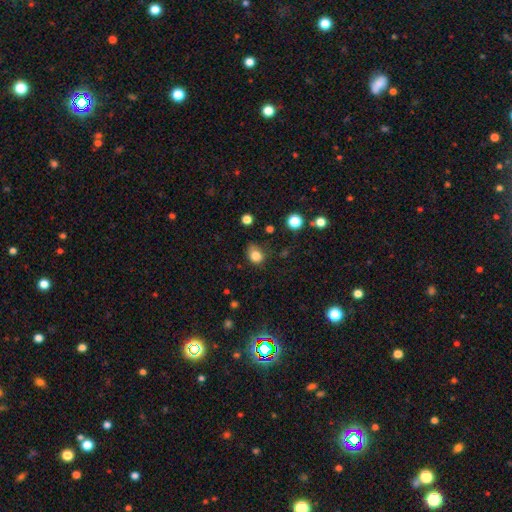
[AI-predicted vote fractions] smooth 81%, star or artifact 12%, featured or disk 6%. Down the decision tree: how rounded — round (52%); merging — none (62%).